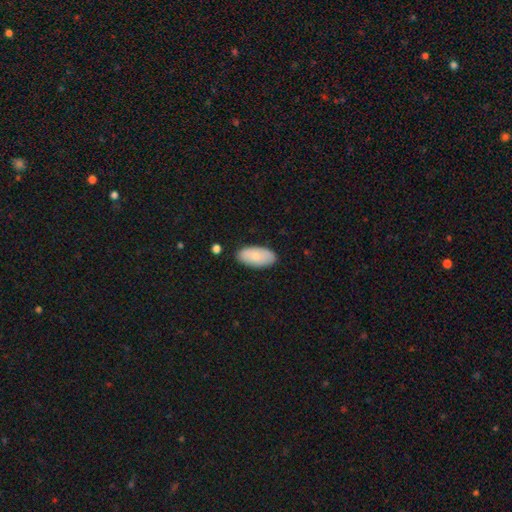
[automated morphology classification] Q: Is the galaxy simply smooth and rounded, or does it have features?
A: smooth — 80%.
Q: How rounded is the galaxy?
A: in between — 94%.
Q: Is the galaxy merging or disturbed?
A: none — 84%.